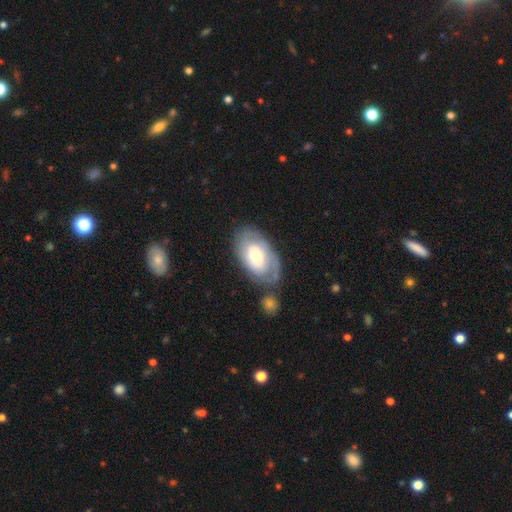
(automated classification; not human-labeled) smooth_or_featured: featured or disk (p=0.61) [alt: smooth p=0.33]
disk_edge_on: no (p=0.93) [alt: yes p=0.07]
bar: no (p=0.68) [alt: weak p=0.26]
has_spiral_arms: yes (p=0.75) [alt: no p=0.25]
bulge_size: moderate (p=0.63) [alt: small p=0.23]
merging: none (p=0.62) [alt: minor disturbance p=0.20]